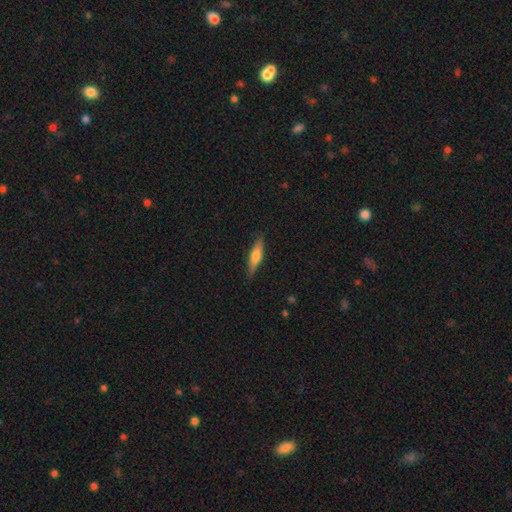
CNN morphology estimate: Smooth or featured: smooth — 55% (featured or disk — 39%)
How rounded: cigar-shaped — 77% (in between — 21%)
Merging: none — 87% (minor disturbance — 10%)